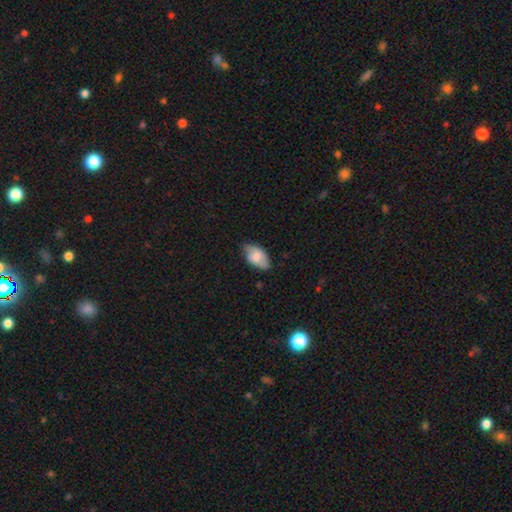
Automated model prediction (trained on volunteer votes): A smooth galaxy with no disk features (74%) that is in between round and cigar-shaped (94%).

Vote fractions:
- Smooth or featured? smooth: 74% / featured or disk: 20% / star or artifact: 7%
- How rounded? in between: 94% / round: 4% / cigar-shaped: 2%
- Merging? none: 68% / minor disturbance: 27% / major disturbance: 4% / merger: 1%